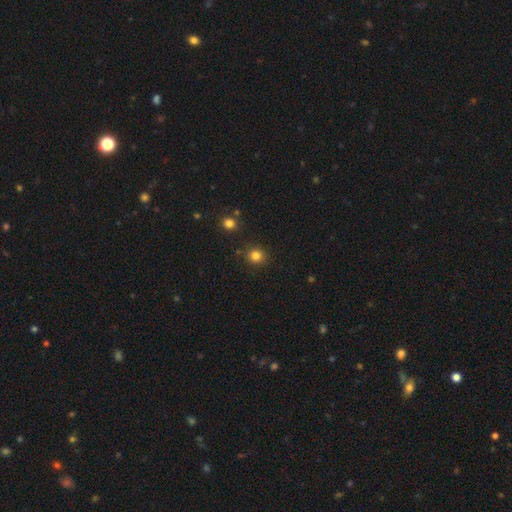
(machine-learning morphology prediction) Smooth or featured? smooth (83%)
How rounded? round (90%)
Merging? none (87%)